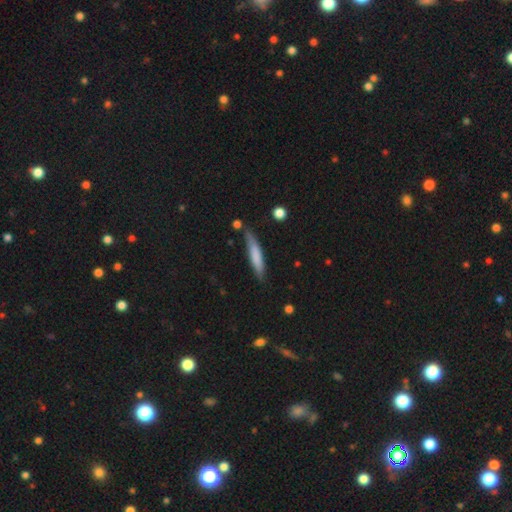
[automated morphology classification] smooth_or_featured: smooth (p=0.72) [alt: featured or disk p=0.22]
how_rounded: cigar-shaped (p=0.90) [alt: in between p=0.09]
merging: none (p=0.78) [alt: minor disturbance p=0.16]